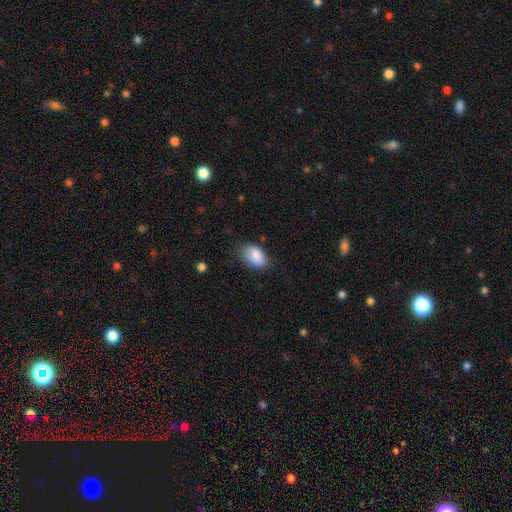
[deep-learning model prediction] Q: Smooth or featured?
A: smooth (87%); runner-up: star or artifact (7%)
Q: How rounded?
A: in between (88%); runner-up: round (10%)
Q: Merging?
A: none (65%); runner-up: minor disturbance (27%)